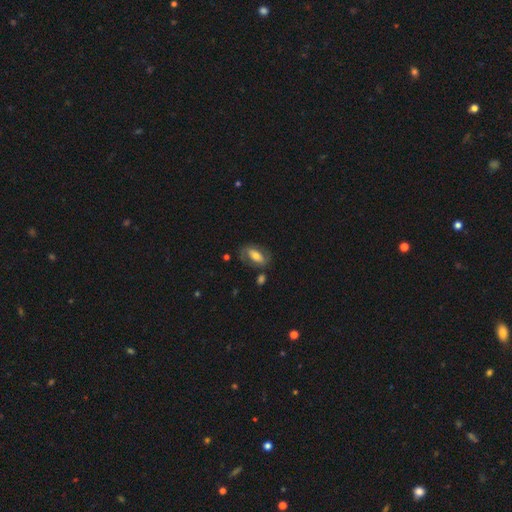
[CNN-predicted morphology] smooth-or-featured: featured or disk: 49% | smooth: 44% | star or artifact: 7%
  merging: none: 65% | minor disturbance: 20% | major disturbance: 11% | merger: 4%